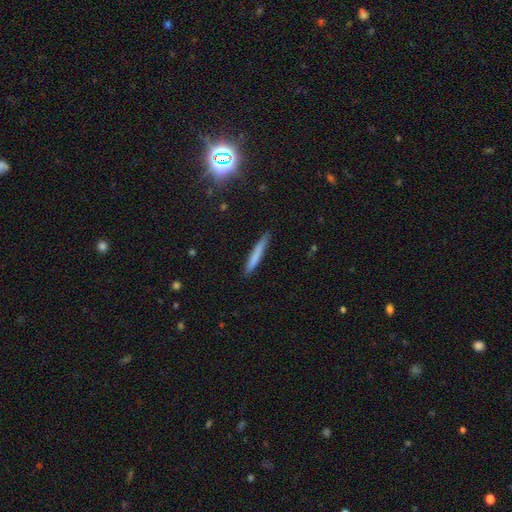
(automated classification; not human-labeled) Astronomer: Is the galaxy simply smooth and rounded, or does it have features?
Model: smooth — 73%.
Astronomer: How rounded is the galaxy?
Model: cigar-shaped — 95%.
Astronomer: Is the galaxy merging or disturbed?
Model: none — 87%.